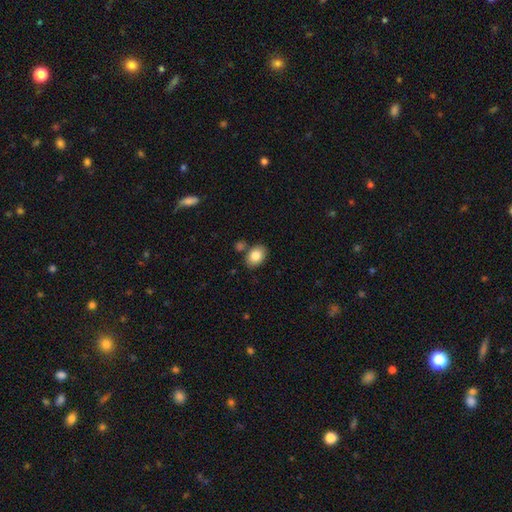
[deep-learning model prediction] Smooth or featured? Predicted: smooth (p=0.83). How rounded? Predicted: in between (p=0.79). Merging? Predicted: none (p=0.78).